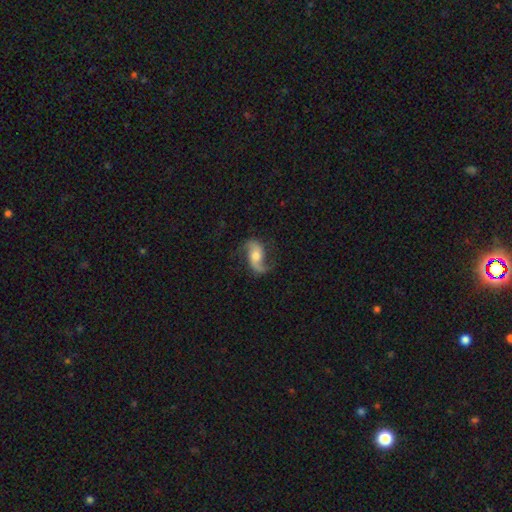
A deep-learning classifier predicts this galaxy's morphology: Overall: featured or disk (77%). Edge-on disk: no (96%). Bar: no (53%; weak 33%). Spiral arms: yes (94%). Spiral arm count: 2 (88%). Spiral winding: loose (72%). Bulge size: moderate (59%; small 24%). Merging: none (69%).